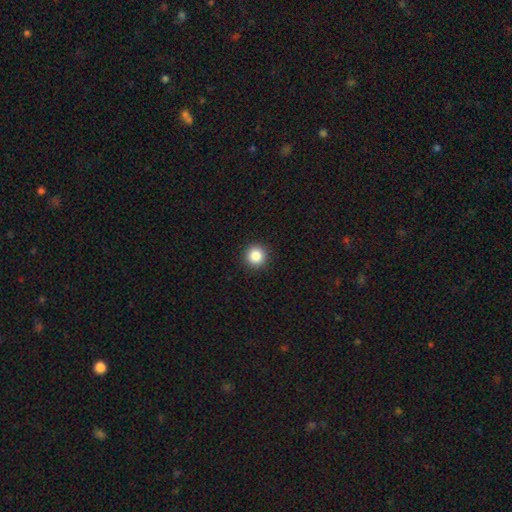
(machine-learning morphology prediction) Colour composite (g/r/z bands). It shows a smooth galaxy with no disk features (85%) that is round (96%). Merging: none (93%).